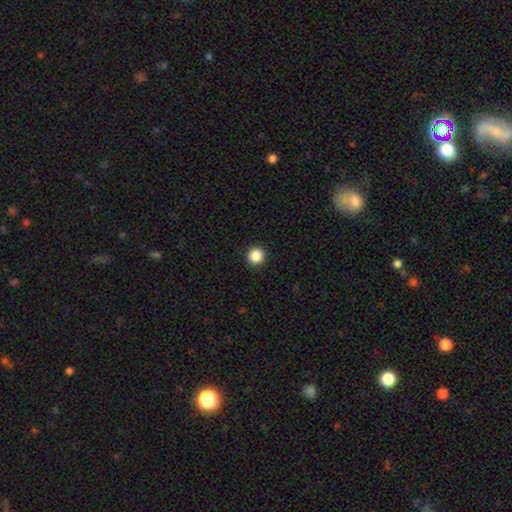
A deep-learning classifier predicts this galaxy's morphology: This is clearly a smooth galaxy (88%). How rounded: clearly round (96%). Merging: clearly none (93%).